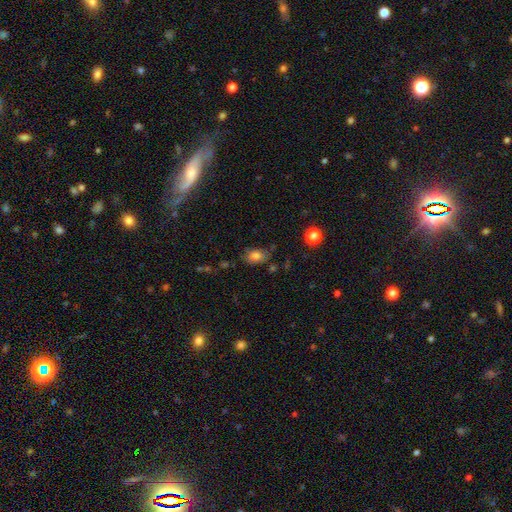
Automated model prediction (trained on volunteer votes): A smooth galaxy with no disk features (78%) that is in between round and cigar-shaped (83%).

Vote fractions:
- Smooth or featured? smooth: 78% / star or artifact: 11% / featured or disk: 11%
- How rounded? in between: 83% / round: 16% / cigar-shaped: 2%
- Merging? none: 66% / minor disturbance: 23% / major disturbance: 7% / merger: 4%